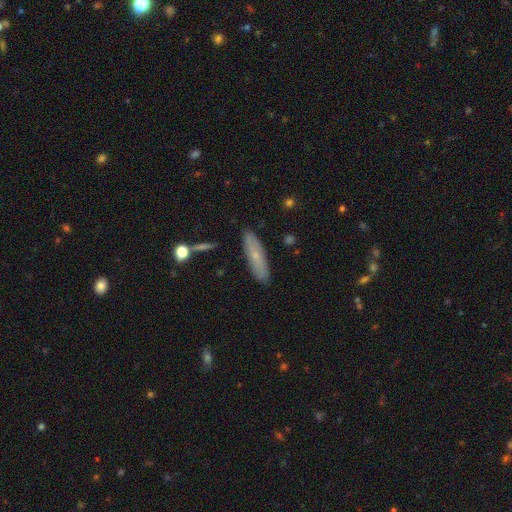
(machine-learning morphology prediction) Smooth or featured? smooth (57%)
How rounded? cigar-shaped (67%)
Merging? none (86%)